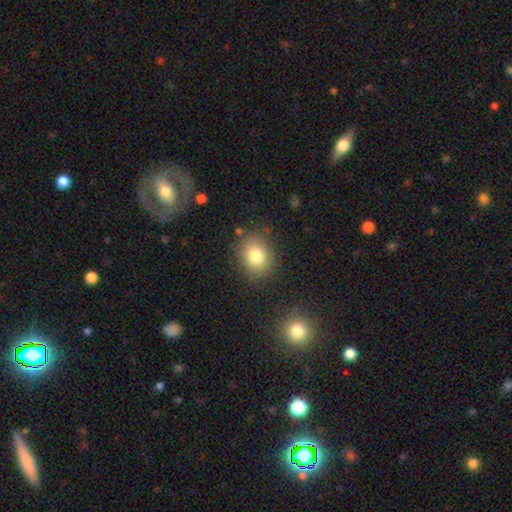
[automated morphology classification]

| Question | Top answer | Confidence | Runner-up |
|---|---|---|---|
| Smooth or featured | smooth | 80% | star or artifact (11%) |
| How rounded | round | 59% | in between (40%) |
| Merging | none | 84% | minor disturbance (10%) |